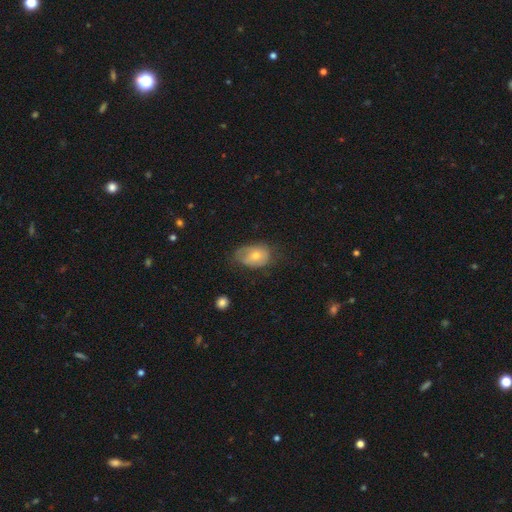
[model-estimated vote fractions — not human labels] Overall: smooth (62%; featured or disk 30%). How rounded: in between (81%). Merging: none (46%; minor disturbance 35%).